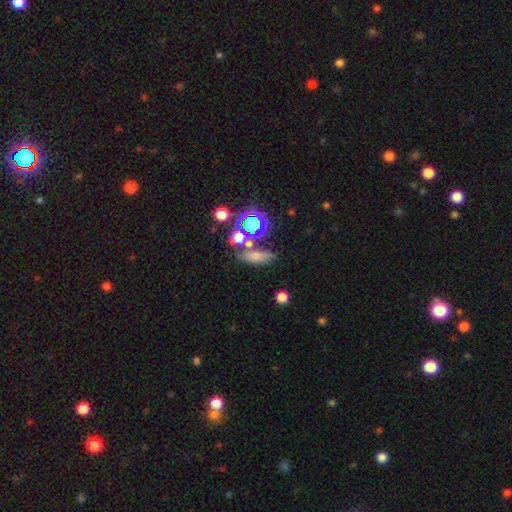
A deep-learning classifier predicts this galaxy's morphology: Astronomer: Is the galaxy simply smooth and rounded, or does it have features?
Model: smooth — 66%.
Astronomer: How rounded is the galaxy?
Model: in between — 47% (runner-up: cigar-shaped, 37%).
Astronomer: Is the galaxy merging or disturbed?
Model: none — 66%.